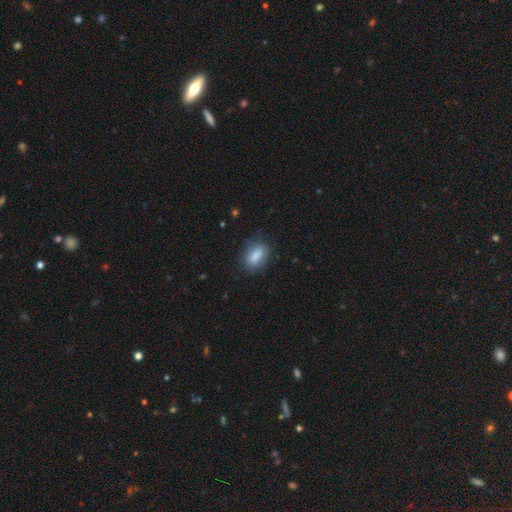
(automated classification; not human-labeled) The model was most divided on "merging": none: 78%, minor disturbance: 16%, major disturbance: 5%, merger: 1%. More confident: how rounded — in between (84%); smooth or featured — smooth (83%).